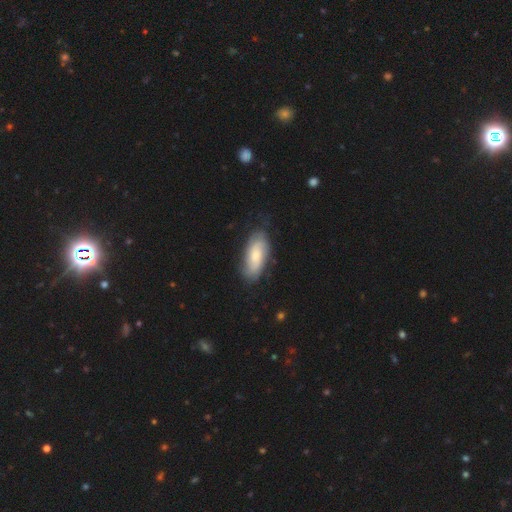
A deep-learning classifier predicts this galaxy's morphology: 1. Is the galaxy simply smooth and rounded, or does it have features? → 50% smooth, 44% featured or disk, 6% star or artifact.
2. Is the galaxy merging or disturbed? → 75% none, 19% minor disturbance, 5% major disturbance, 1% merger.